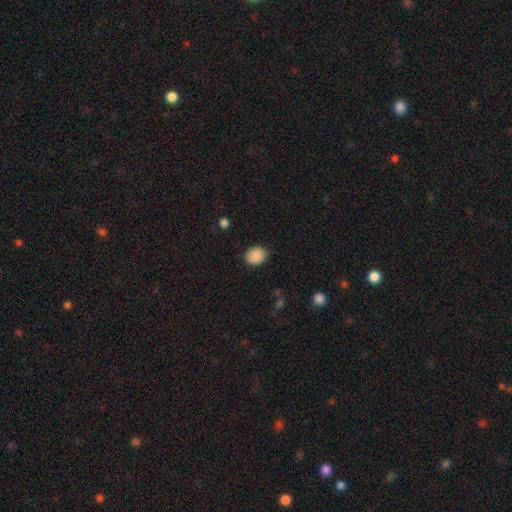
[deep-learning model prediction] Smooth or featured? smooth (89%)
How rounded? round (58%)
Merging? none (84%)